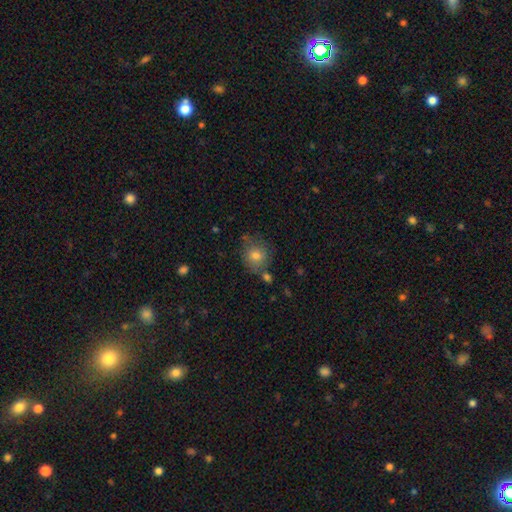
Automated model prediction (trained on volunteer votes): smooth-or-featured: smooth: 78% | featured or disk: 12% | star or artifact: 11%
  how-rounded: round: 82% | in between: 17% | cigar-shaped: 1%
  merging: none: 69% | minor disturbance: 16% | merger: 10% | major disturbance: 5%